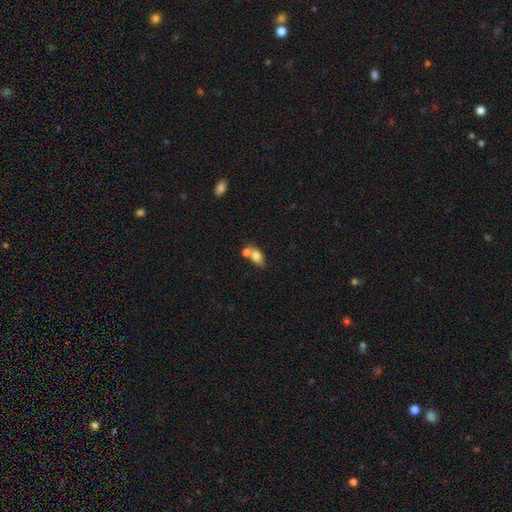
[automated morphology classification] This appears to be a smooth galaxy with no disk features (75%) that is in between round and cigar-shaped (79%). Merging: merger (48%).